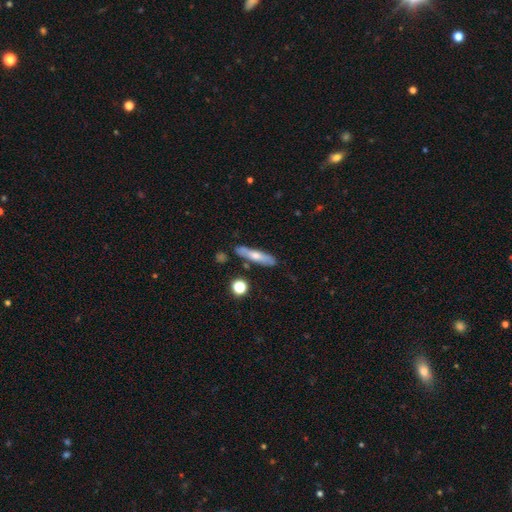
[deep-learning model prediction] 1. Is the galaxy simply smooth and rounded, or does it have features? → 57% smooth, 35% featured or disk, 7% star or artifact.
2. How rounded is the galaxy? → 77% cigar-shaped, 20% in between, 3% round.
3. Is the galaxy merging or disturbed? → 79% none, 13% minor disturbance, 5% merger, 3% major disturbance.